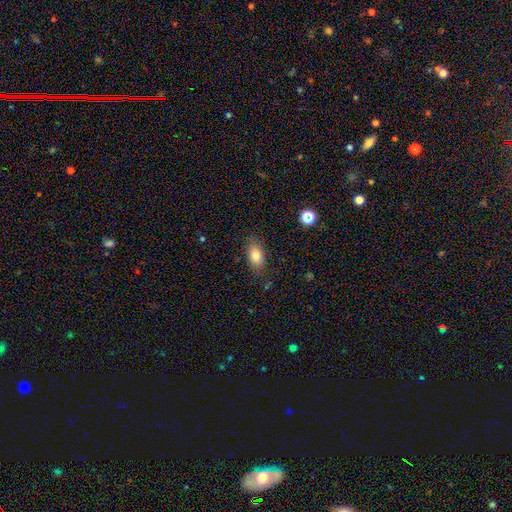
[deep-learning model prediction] Smooth or featured?
  - smooth: 81% *
  - featured or disk: 10%
  - star or artifact: 9%
How rounded?
  - in between: 88% *
  - round: 9%
  - cigar-shaped: 3%
Merging?
  - none: 82% *
  - minor disturbance: 13%
  - major disturbance: 4%
  - merger: 2%